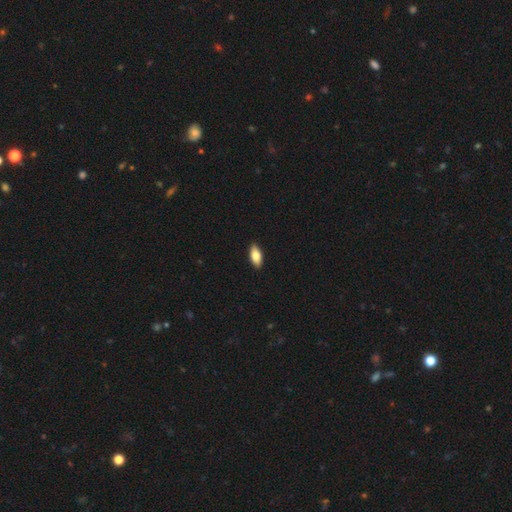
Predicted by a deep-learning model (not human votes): This appears to be a smooth galaxy with no disk features (80%) that is in between round and cigar-shaped (88%). Merging: none (91%).